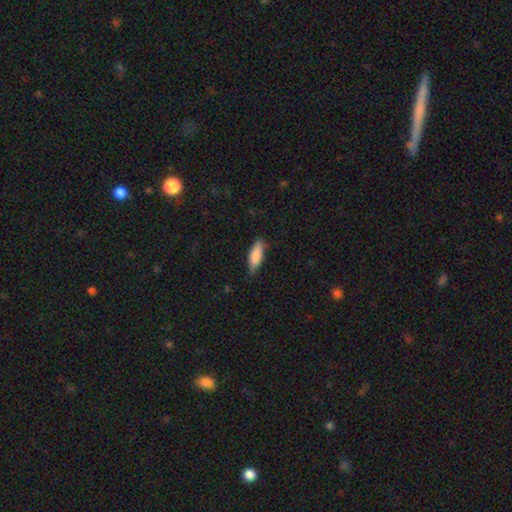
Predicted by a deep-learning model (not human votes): smooth_or_featured: smooth (p=0.84) [alt: featured or disk p=0.10]
how_rounded: in between (p=0.62) [alt: cigar-shaped p=0.36]
merging: none (p=0.75) [alt: minor disturbance p=0.21]